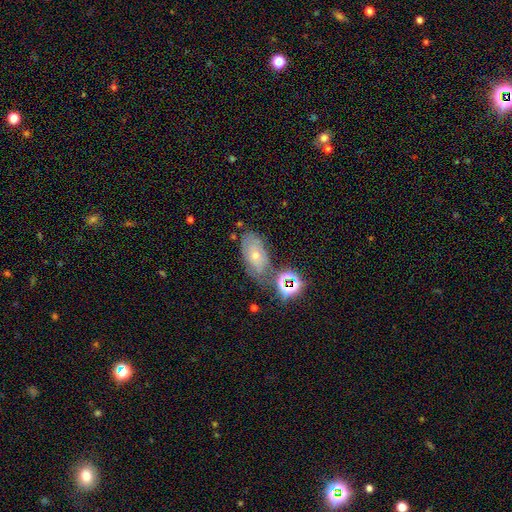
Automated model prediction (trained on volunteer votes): The model was most divided on "smooth or featured": smooth: 45%, featured or disk: 36%, star or artifact: 20%. More confident: merging — none (59%).